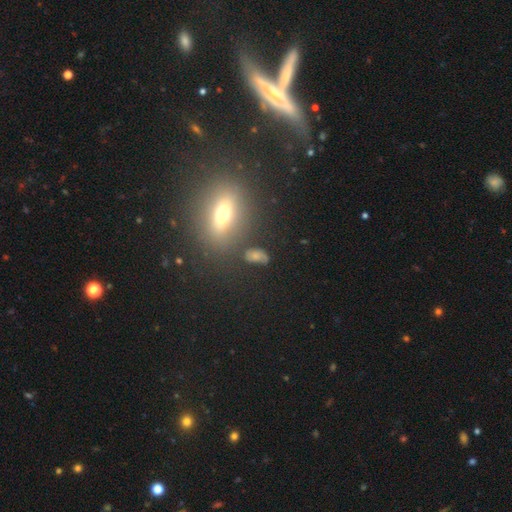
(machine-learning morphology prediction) Q: Smooth or featured?
A: smooth (53%); runner-up: featured or disk (28%)
Q: How rounded?
A: in between (78%); runner-up: round (16%)
Q: Merging?
A: none (58%); runner-up: minor disturbance (20%)